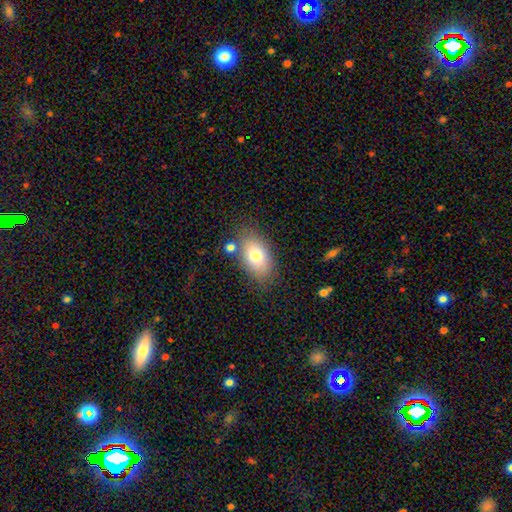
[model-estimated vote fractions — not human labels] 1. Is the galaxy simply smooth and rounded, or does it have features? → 75% smooth, 16% featured or disk, 9% star or artifact.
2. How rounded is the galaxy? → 89% in between, 9% round, 2% cigar-shaped.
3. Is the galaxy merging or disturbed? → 74% none, 14% minor disturbance, 8% merger, 4% major disturbance.